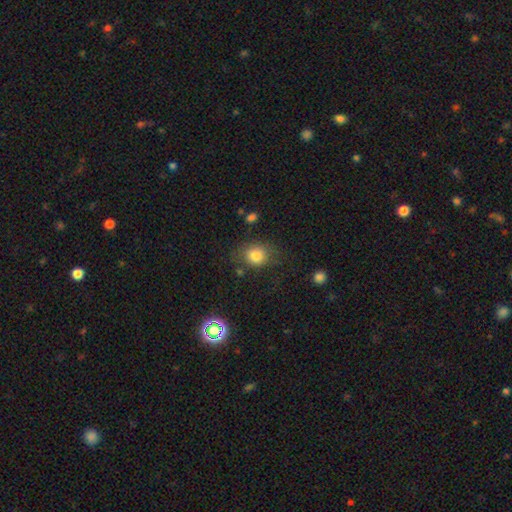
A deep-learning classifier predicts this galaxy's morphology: smooth 81%, star or artifact 11%, featured or disk 8%. Down the decision tree: how rounded — round (70%); merging — none (71%).